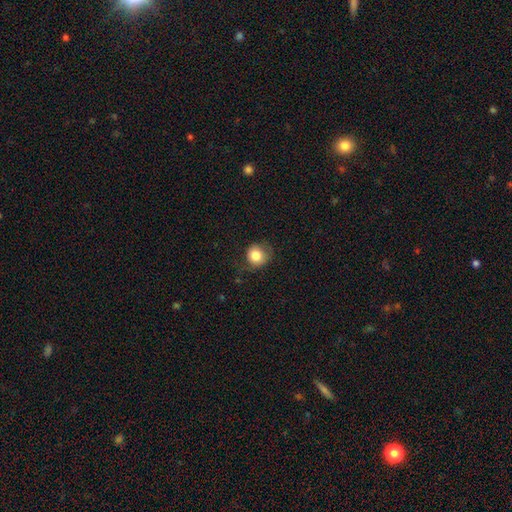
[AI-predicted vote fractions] Q: Smooth or featured?
A: smooth (82%); runner-up: star or artifact (9%)
Q: How rounded?
A: round (87%); runner-up: in between (12%)
Q: Merging?
A: none (67%); runner-up: minor disturbance (22%)